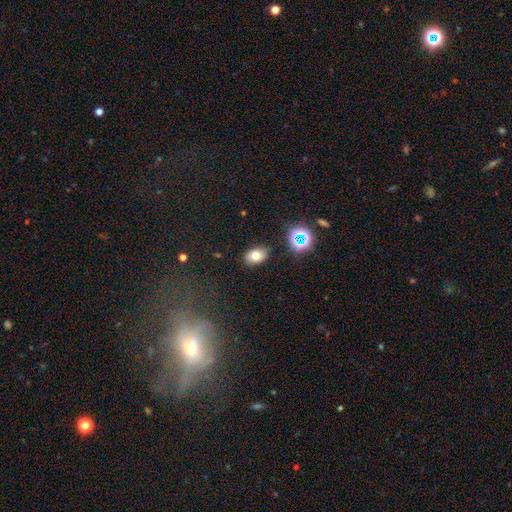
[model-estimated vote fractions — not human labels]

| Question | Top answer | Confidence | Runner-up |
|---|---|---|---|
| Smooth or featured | smooth | 76% | star or artifact (15%) |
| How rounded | in between | 85% | round (14%) |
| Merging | none | 82% | minor disturbance (13%) |